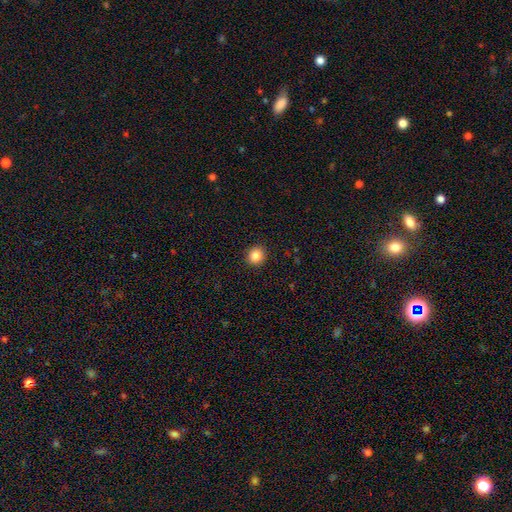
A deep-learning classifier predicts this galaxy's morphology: Smooth or featured? Predicted: smooth (p=0.85). How rounded? Predicted: round (p=0.84). Merging? Predicted: none (p=0.92).